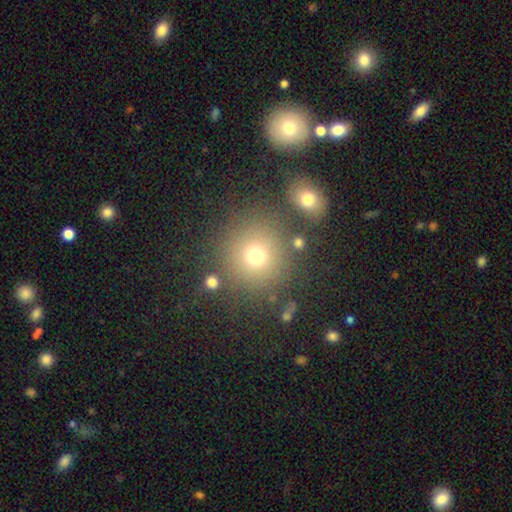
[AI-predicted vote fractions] Morphology: type=smooth (71%); roundness=round (91%); merging=none (79%).